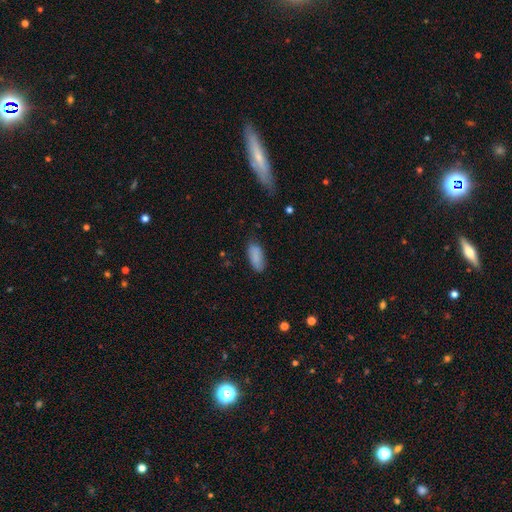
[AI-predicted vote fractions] Smooth or featured? smooth (86%)
How rounded? in between (83%)
Merging? none (76%)